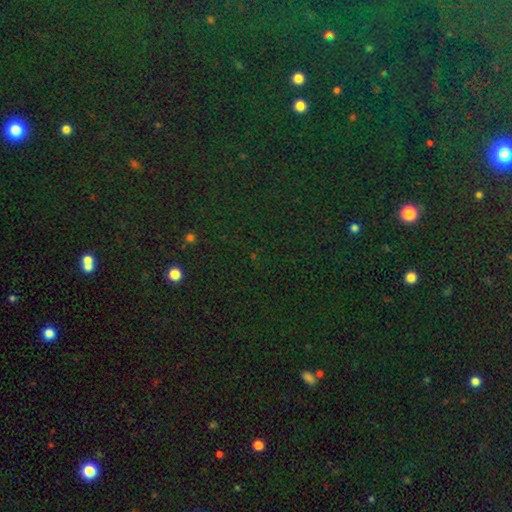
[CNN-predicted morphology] A star or artifact, not a galaxy (77%).